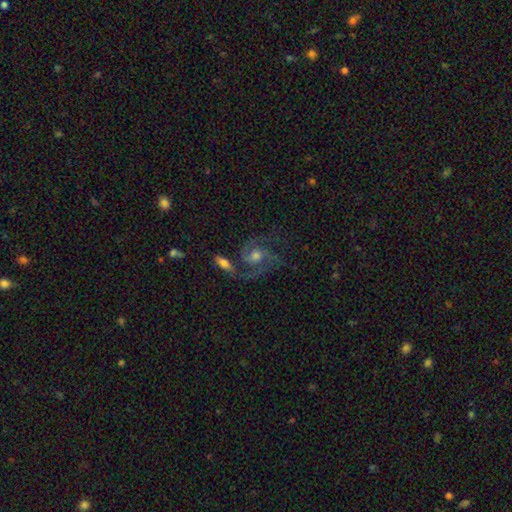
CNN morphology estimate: type=featured or disk (87%); edge-on=no (97%); bar=no (63%); spiral arms=yes (97%); winding=medium (57%); arm count=2 (75%); bulge=moderate (64%); merging=none (62%).